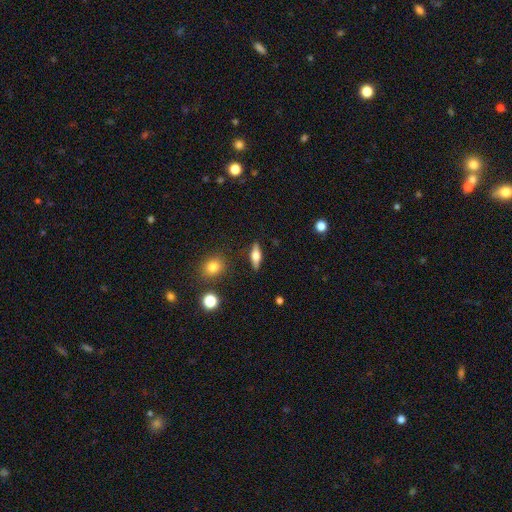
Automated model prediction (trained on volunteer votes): A smooth galaxy with no disk features (46%, tied with featured or disk). Merging: none (87%).